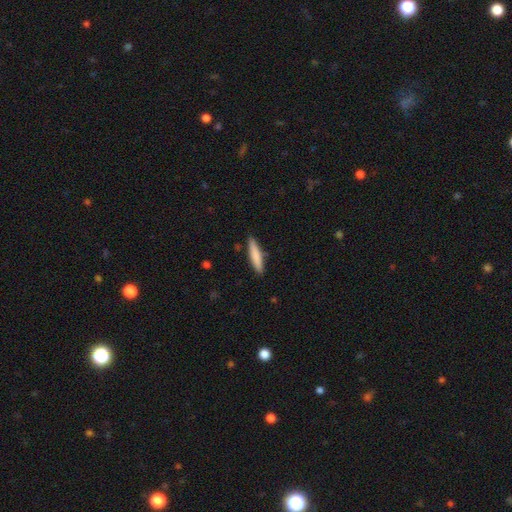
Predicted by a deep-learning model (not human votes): Smooth or featured? Predicted: smooth (p=0.80). How rounded? Predicted: cigar-shaped (p=0.87). Merging? Predicted: none (p=0.86).